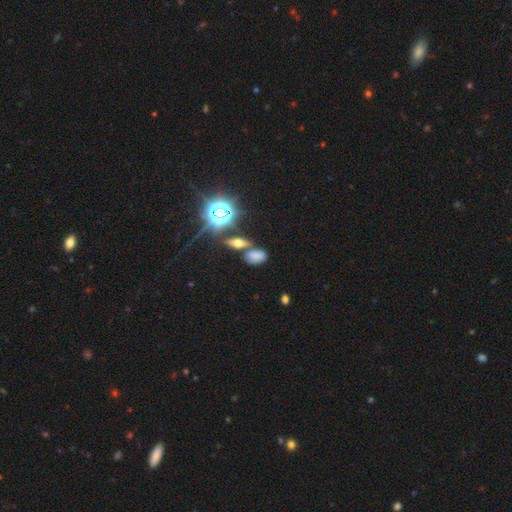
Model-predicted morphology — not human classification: A smooth galaxy with no disk features (56%) that is in between round and cigar-shaped (83%).

Vote fractions:
- Smooth or featured? smooth: 56% / star or artifact: 27% / featured or disk: 18%
- How rounded? in between: 83% / round: 12% / cigar-shaped: 5%
- Merging? none: 54% / merger: 23% / minor disturbance: 16% / major disturbance: 7%